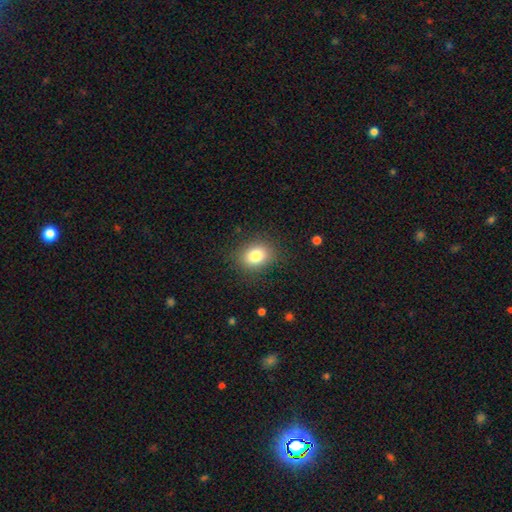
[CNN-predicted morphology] This appears to be a smooth galaxy with no disk features (82%) that is in between round and cigar-shaped (52%). Merging: none (86%).